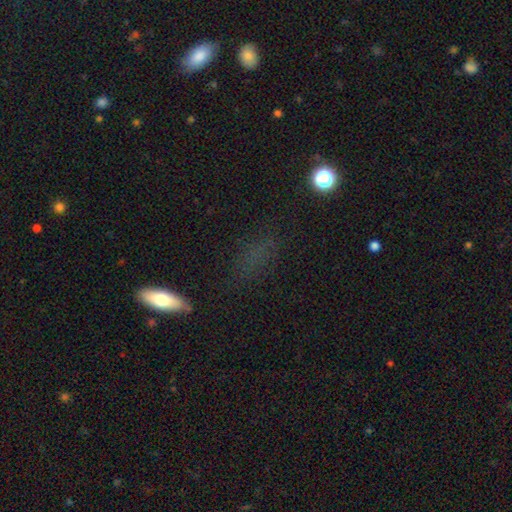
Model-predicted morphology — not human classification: smooth_or_featured: smooth (p=0.53) [alt: star or artifact p=0.28]
how_rounded: in between (p=0.54) [alt: cigar-shaped p=0.33]
merging: none (p=0.71) [alt: minor disturbance p=0.17]